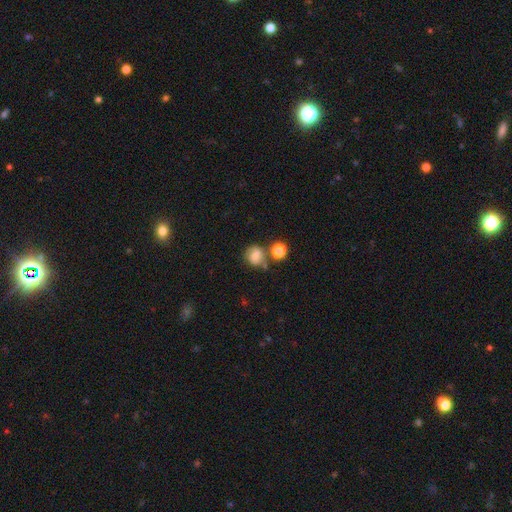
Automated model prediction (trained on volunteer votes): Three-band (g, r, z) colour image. It shows a smooth galaxy with no disk features (66%) that is round (68%). Merging: none (54%).